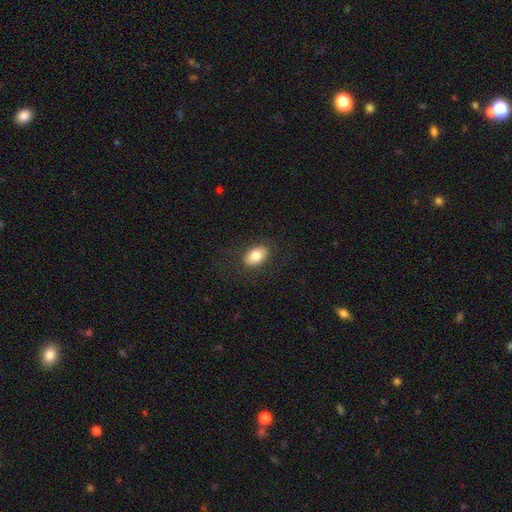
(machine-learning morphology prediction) Smooth or featured: smooth — 81% (featured or disk — 12%)
How rounded: in between — 87% (round — 12%)
Merging: none — 85% (minor disturbance — 10%)